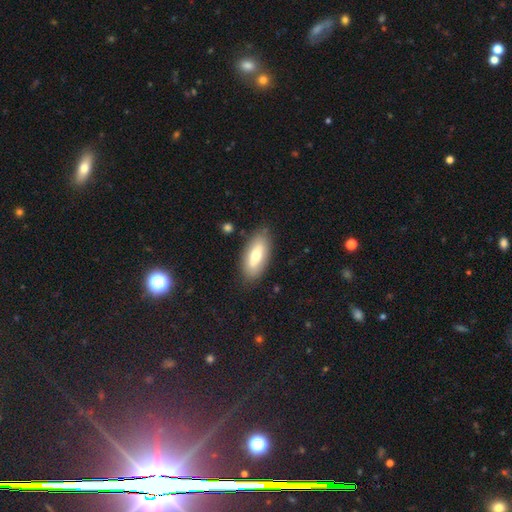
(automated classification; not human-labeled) Smooth or featured? smooth (66%)
How rounded? in between (86%)
Merging? none (83%)